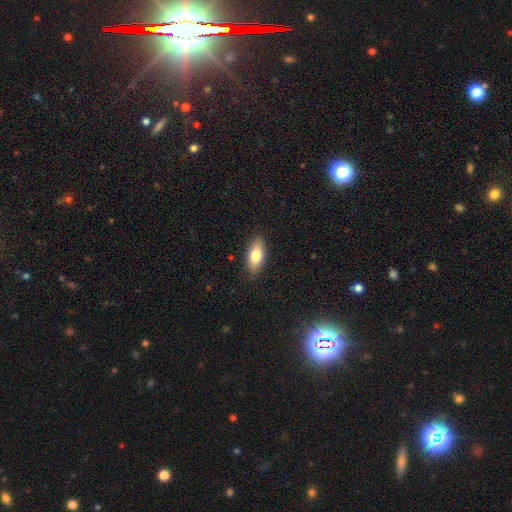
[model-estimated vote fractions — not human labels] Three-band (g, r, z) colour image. It shows a smooth galaxy with no disk features (76%) that is in between round and cigar-shaped (83%). Merging: none (88%).